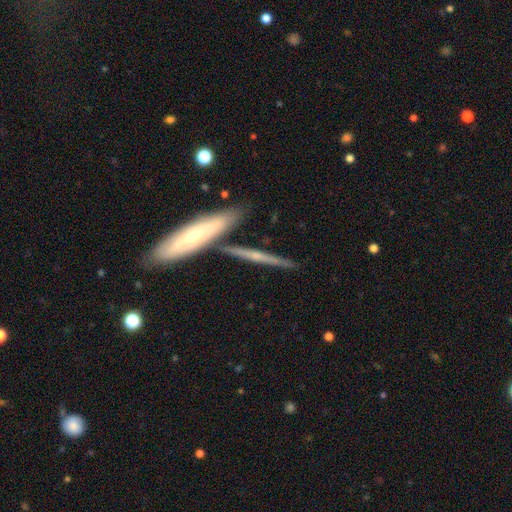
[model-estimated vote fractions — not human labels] Smooth or featured?
  - featured or disk: 63% *
  - smooth: 30%
  - star or artifact: 7%
Edge-on disk?
  - yes: 94% *
  - no: 6%
Edge-on bulge?
  - rounded: 60% *
  - none: 33%
  - boxy: 7%
Merging?
  - none: 77% *
  - merger: 12%
  - minor disturbance: 9%
  - major disturbance: 2%